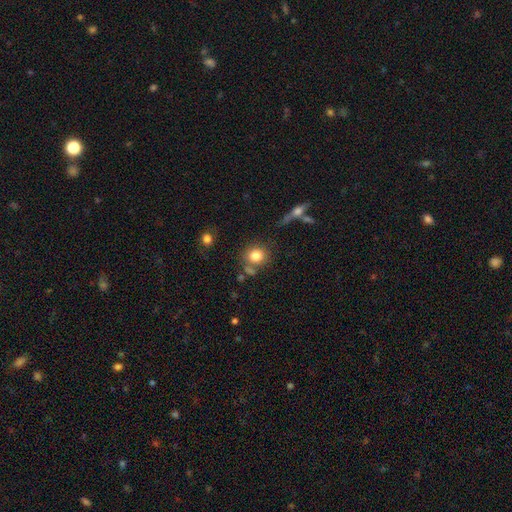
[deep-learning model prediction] Morphology: type=smooth (80%); roundness=round (82%); merging=none (71%).